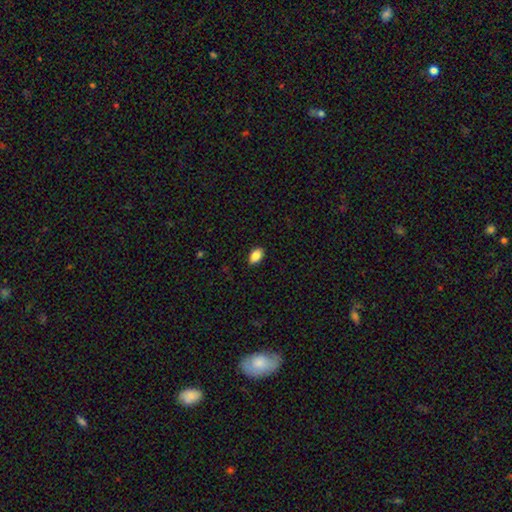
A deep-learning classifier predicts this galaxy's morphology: This appears to be a smooth galaxy with no disk features (87%) that is in between round and cigar-shaped (91%). Merging: none (89%).